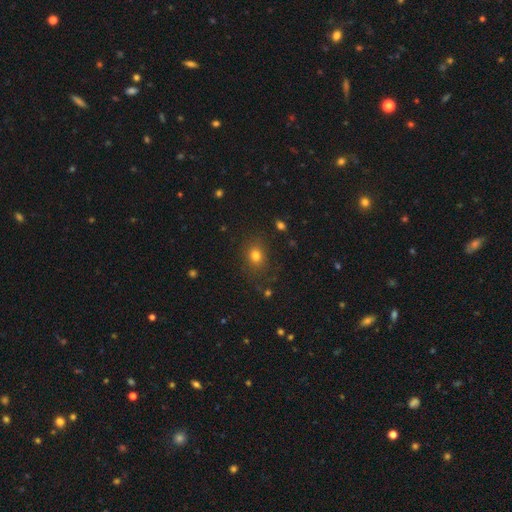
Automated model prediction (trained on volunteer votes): Smooth or featured? smooth (77%)
How rounded? round (56%)
Merging? none (80%)